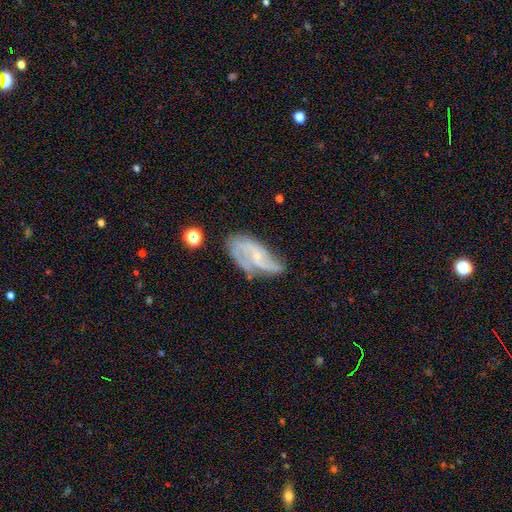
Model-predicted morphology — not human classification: A featured or disk galaxy (76%) with no bar (56%), 2 (58%) medium (41%) spiral arms (90%) and a small central bulge (74%).

Vote fractions:
- Smooth or featured? featured or disk: 76% / smooth: 17% / star or artifact: 8%
- Edge-on disk? no: 95% / yes: 5%
- Bar? no: 56% / weak: 35% / strong: 9%
- Spiral arms? yes: 90% / no: 10%
- Spiral winding? medium: 41% / loose: 39% / tight: 20%
- Spiral arm count? 2: 58% / can't tell: 18% / 3: 13% / 1: 6% / 4: 3% / more than 4: 3%
- Bulge size? small: 74% / moderate: 15% / none: 9% / large: 1% / dominant: 1%
- Merging? none: 48% / minor disturbance: 28% / major disturbance: 19% / merger: 4%